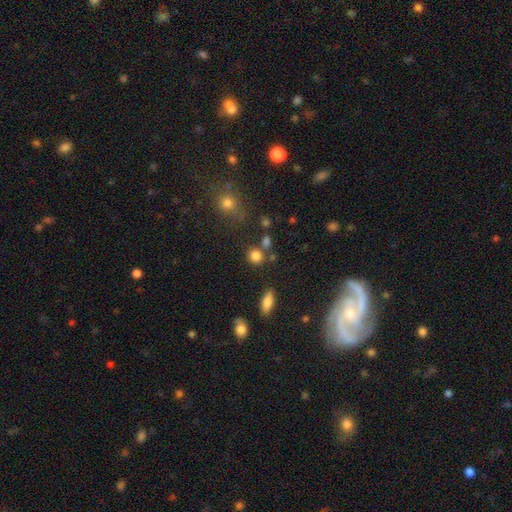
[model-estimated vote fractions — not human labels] smooth-or-featured: smooth: 82% | star or artifact: 12% | featured or disk: 6%
  how-rounded: round: 81% | in between: 17% | cigar-shaped: 1%
  merging: none: 69% | merger: 15% | minor disturbance: 11% | major disturbance: 4%